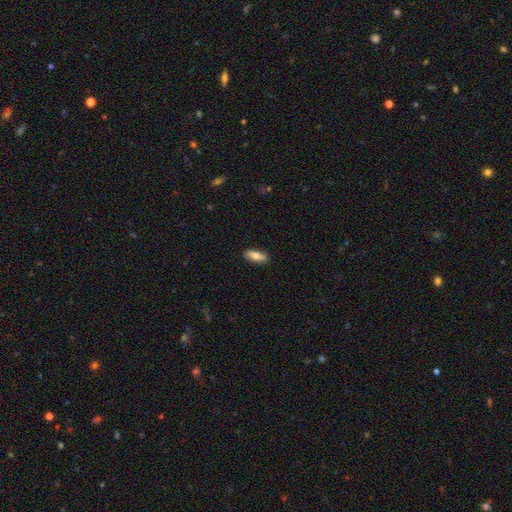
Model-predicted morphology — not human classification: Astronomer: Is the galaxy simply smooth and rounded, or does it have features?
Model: smooth — 68%.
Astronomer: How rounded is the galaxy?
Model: in between — 66%.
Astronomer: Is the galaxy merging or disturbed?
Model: none — 88%.